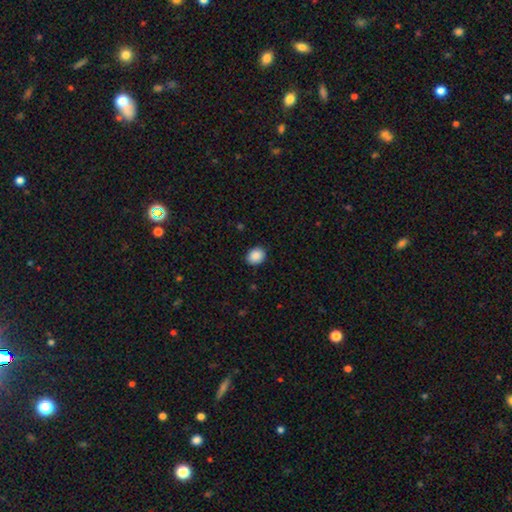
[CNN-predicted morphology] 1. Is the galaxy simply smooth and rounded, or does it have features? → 89% smooth, 8% star or artifact, 3% featured or disk.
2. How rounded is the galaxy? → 54% round, 46% in between, 1% cigar-shaped.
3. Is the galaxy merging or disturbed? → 89% none, 8% minor disturbance, 2% major disturbance, 1% merger.